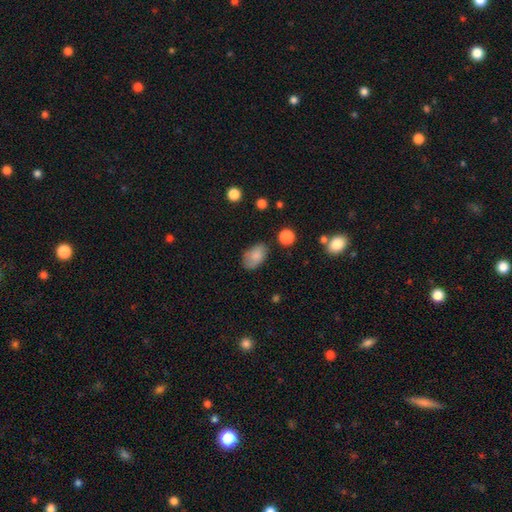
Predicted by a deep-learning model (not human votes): smooth 82%, featured or disk 10%, star or artifact 8%. Down the decision tree: how rounded — in between (89%); merging — none (73%).